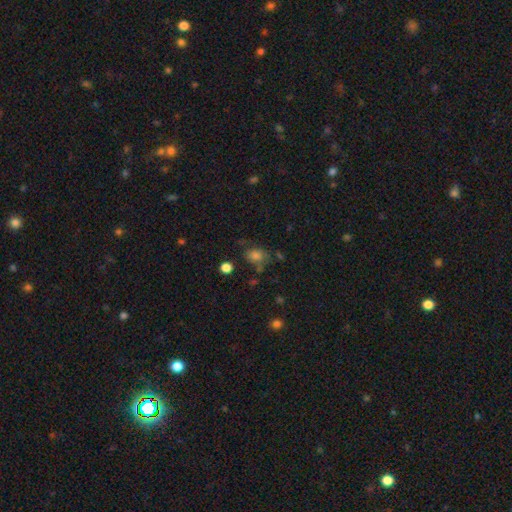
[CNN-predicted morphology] This appears to be a smooth galaxy with no disk features (75%) that is in between round and cigar-shaped (55%). Merging: none (58%).